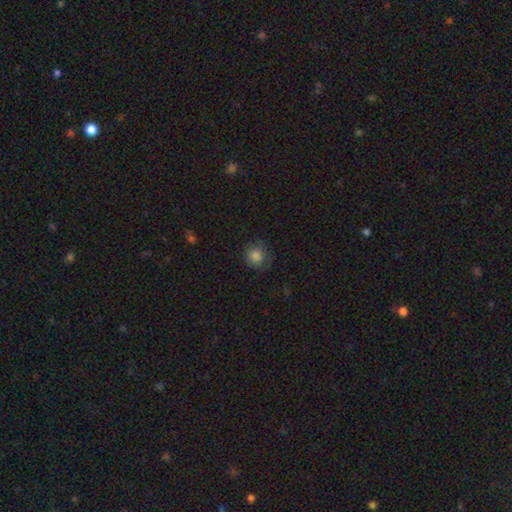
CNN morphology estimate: Smooth or featured: smooth — 83% (star or artifact — 11%)
How rounded: round — 87% (in between — 12%)
Merging: none — 75% (minor disturbance — 17%)